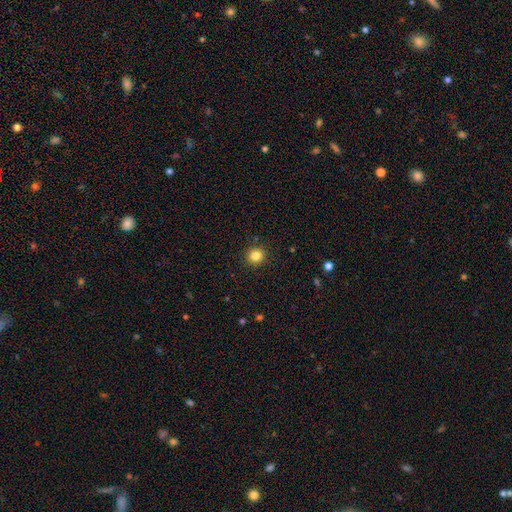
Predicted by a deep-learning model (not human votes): Smooth or featured? smooth (83%)
How rounded? round (90%)
Merging? none (91%)